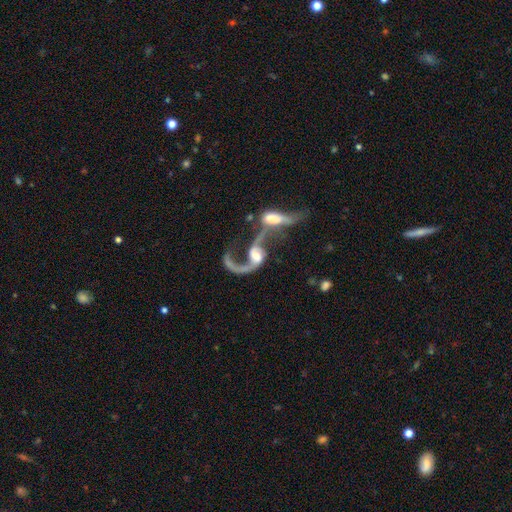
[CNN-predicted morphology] Q: Smooth or featured?
A: featured or disk (81%); runner-up: smooth (12%)
Q: Edge-on disk?
A: no (94%); runner-up: yes (6%)
Q: Bar?
A: no (51%); runner-up: weak (33%)
Q: Spiral arms?
A: yes (86%); runner-up: no (14%)
Q: Spiral winding?
A: loose (85%); runner-up: medium (12%)
Q: Spiral arm count?
A: 2 (55%); runner-up: 1 (38%)
Q: Bulge size?
A: moderate (47%); runner-up: large (21%)
Q: Merging?
A: merger (73%); runner-up: major disturbance (13%)